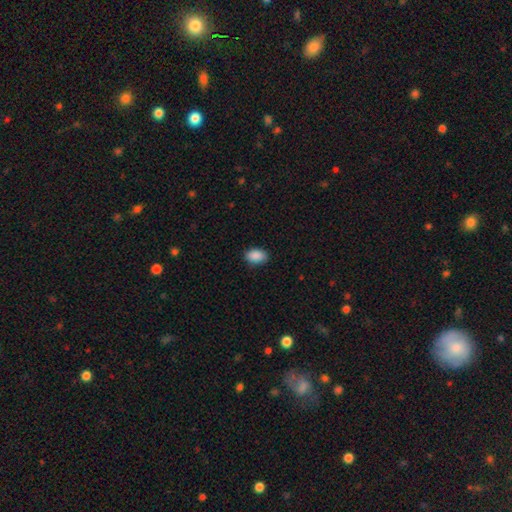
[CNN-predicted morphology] A smooth galaxy with no disk features (90%) that is in between round and cigar-shaped (89%).

Vote fractions:
- Smooth or featured? smooth: 90% / star or artifact: 7% / featured or disk: 3%
- How rounded? in between: 89% / round: 10% / cigar-shaped: 1%
- Merging? none: 87% / minor disturbance: 10% / major disturbance: 2% / merger: 1%